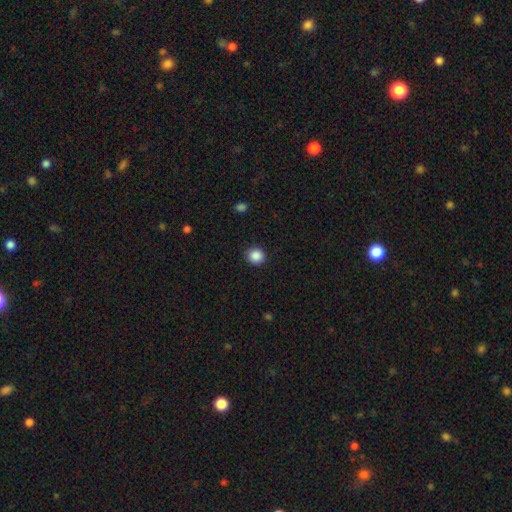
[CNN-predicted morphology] smooth 88%, star or artifact 10%, featured or disk 3%. Down the decision tree: how rounded — round (90%); merging — none (91%).